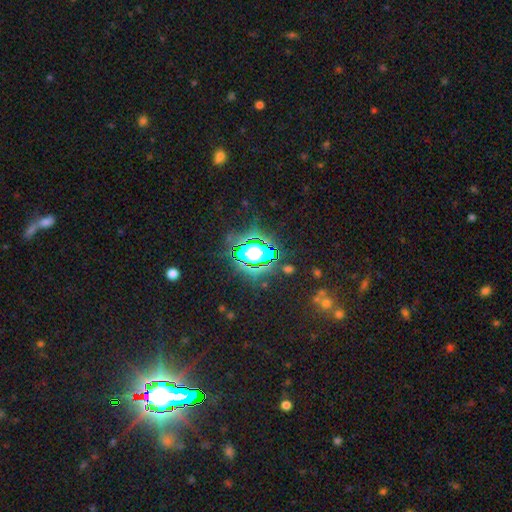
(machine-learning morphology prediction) This is likely a star or artifact rather than a galaxy (62%).